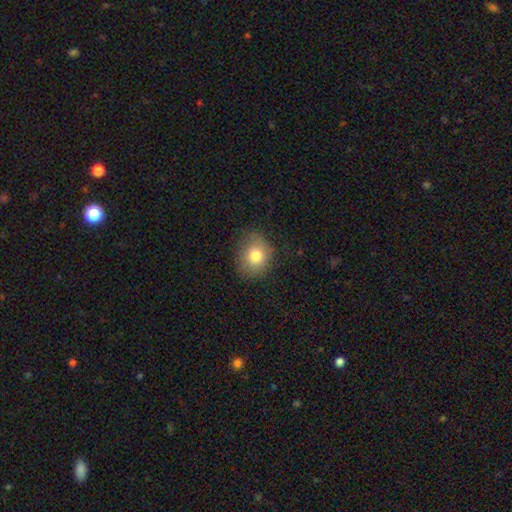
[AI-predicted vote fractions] A smooth galaxy with no disk features (79%) that is round (64%). Merging: none (76%).